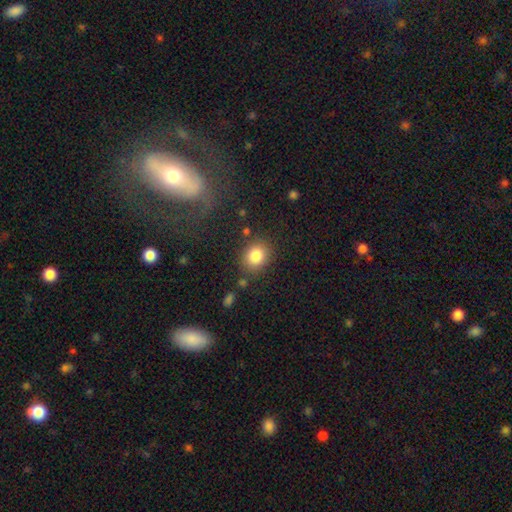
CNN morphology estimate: Q: Smooth or featured?
A: smooth (83%); runner-up: star or artifact (10%)
Q: How rounded?
A: round (64%); runner-up: in between (35%)
Q: Merging?
A: none (81%); runner-up: minor disturbance (11%)